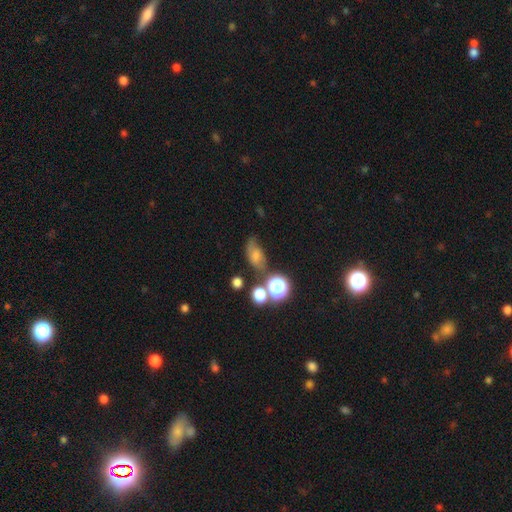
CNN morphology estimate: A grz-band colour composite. It shows a smooth galaxy with no disk features (44%). Merging: none (56%).